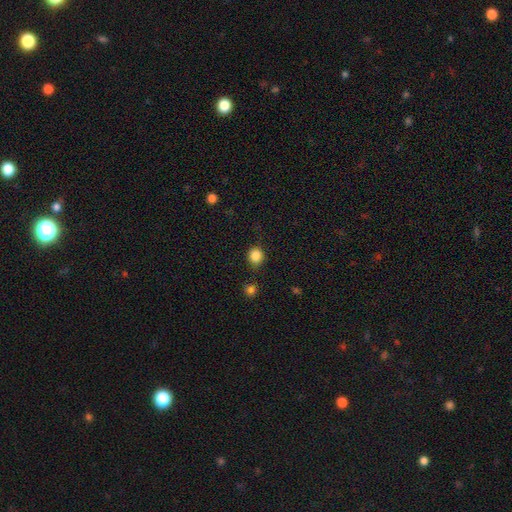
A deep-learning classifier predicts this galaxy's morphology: Smooth or featured? smooth (85%)
How rounded? round (83%)
Merging? none (82%)